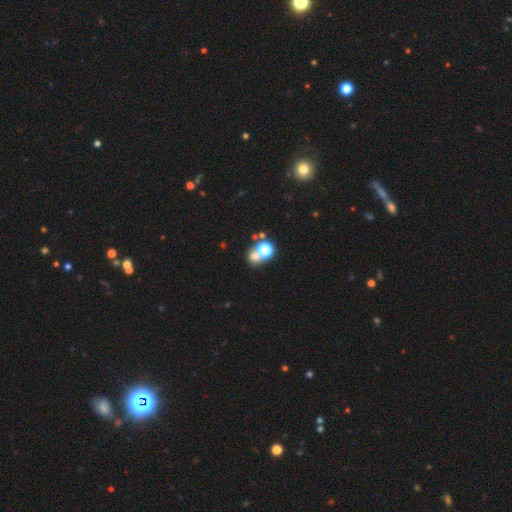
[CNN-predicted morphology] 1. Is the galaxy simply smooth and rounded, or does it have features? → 58% smooth, 31% star or artifact, 11% featured or disk.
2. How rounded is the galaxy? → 73% round, 26% in between, 1% cigar-shaped.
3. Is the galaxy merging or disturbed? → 47% none, 40% merger, 8% minor disturbance, 5% major disturbance.